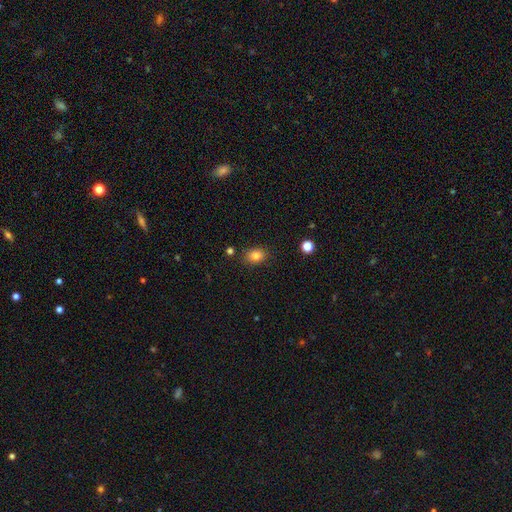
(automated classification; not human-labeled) smooth-or-featured: smooth: 82% | star or artifact: 11% | featured or disk: 7%
  how-rounded: in between: 61% | round: 38% | cigar-shaped: 1%
  merging: none: 82% | minor disturbance: 12% | merger: 3% | major disturbance: 3%